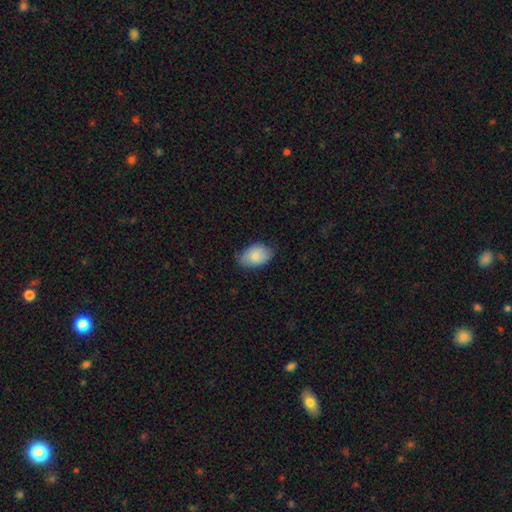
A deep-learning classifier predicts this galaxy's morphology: smooth-or-featured: smooth: 84% | featured or disk: 9% | star or artifact: 6%
  how-rounded: in between: 90% | round: 9% | cigar-shaped: 1%
  merging: none: 73% | minor disturbance: 23% | major disturbance: 3% | merger: 1%